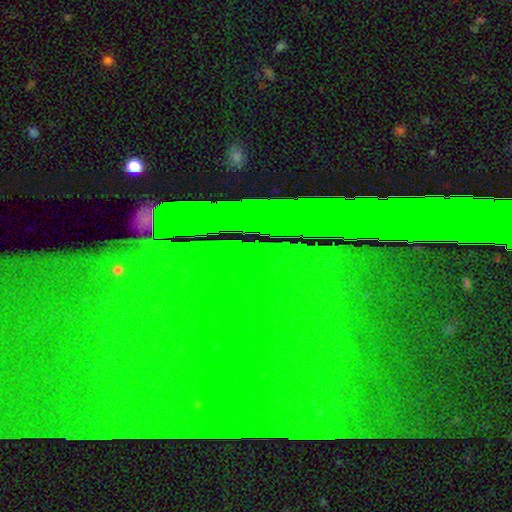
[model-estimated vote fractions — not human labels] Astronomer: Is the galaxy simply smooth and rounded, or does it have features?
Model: star or artifact — 88%.